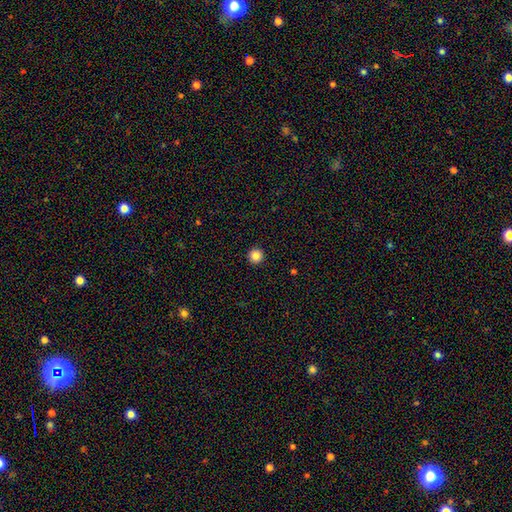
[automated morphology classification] Smooth or featured?
  - smooth: 85% *
  - star or artifact: 11%
  - featured or disk: 4%
How rounded?
  - round: 97% *
  - in between: 2%
  - cigar-shaped: 1%
Merging?
  - none: 94% *
  - minor disturbance: 4%
  - major disturbance: 1%
  - merger: 1%